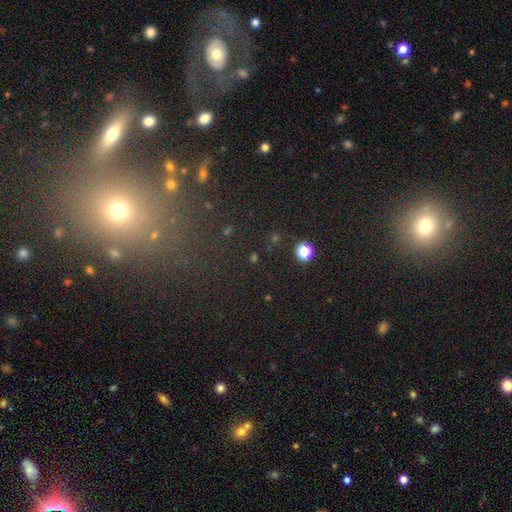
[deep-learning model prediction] smooth_or_featured: star or artifact (p=0.48) [alt: smooth p=0.38]